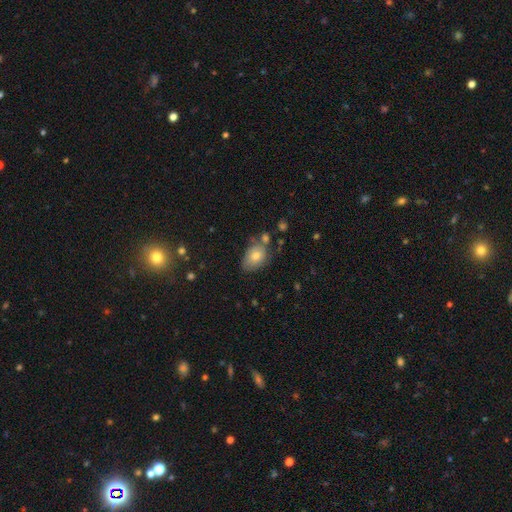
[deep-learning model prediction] The model was most divided on "merging": none: 56%, minor disturbance: 26%, merger: 11%, major disturbance: 7%. More confident: how rounded — in between (79%); smooth or featured — smooth (72%).